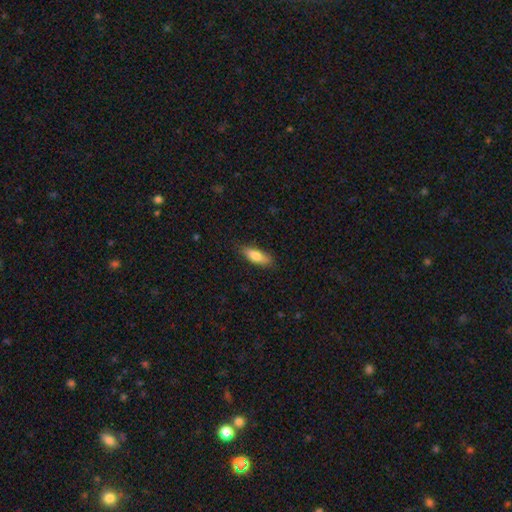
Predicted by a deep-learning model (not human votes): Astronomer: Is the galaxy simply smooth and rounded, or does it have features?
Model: smooth — 78%.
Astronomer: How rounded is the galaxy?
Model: in between — 58% (runner-up: cigar-shaped, 39%).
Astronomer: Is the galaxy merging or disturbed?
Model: none — 81%.